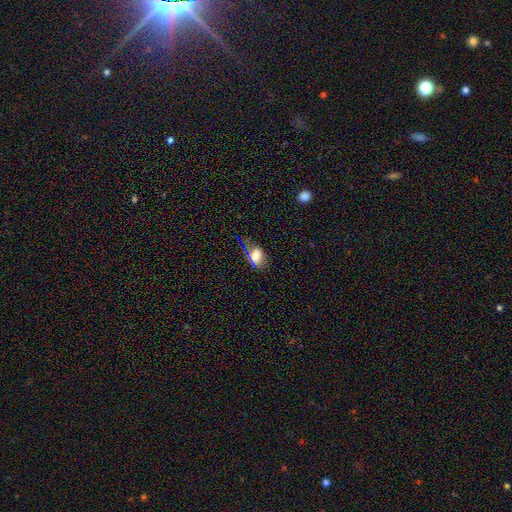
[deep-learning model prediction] A smooth galaxy with no disk features (67%) that is in between round and cigar-shaped (77%). Merging: none (71%).